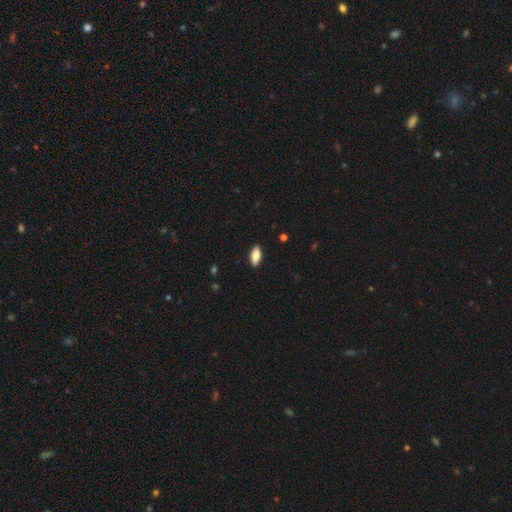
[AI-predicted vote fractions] Smooth or featured?
  - smooth: 80% *
  - featured or disk: 14%
  - star or artifact: 6%
How rounded?
  - in between: 85% *
  - cigar-shaped: 13%
  - round: 2%
Merging?
  - none: 90% *
  - minor disturbance: 8%
  - major disturbance: 2%
  - merger: 1%